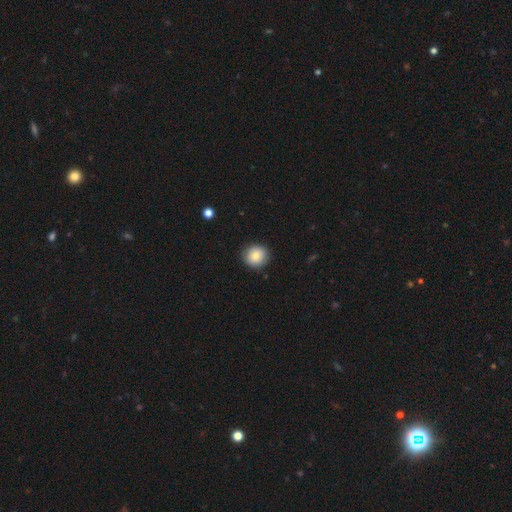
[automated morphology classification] This appears to be a smooth galaxy with no disk features (82%) that is round (89%). Merging: none (87%).